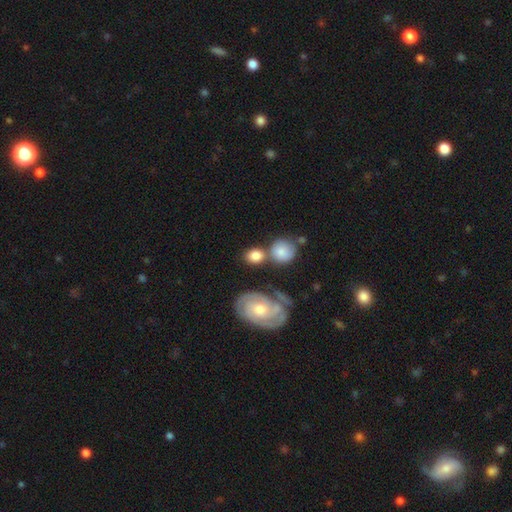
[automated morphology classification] Smooth or featured?
  - smooth: 72% *
  - featured or disk: 20%
  - star or artifact: 8%
How rounded?
  - in between: 51% *
  - round: 47%
  - cigar-shaped: 2%
Merging?
  - none: 50% *
  - merger: 29%
  - minor disturbance: 15%
  - major disturbance: 6%